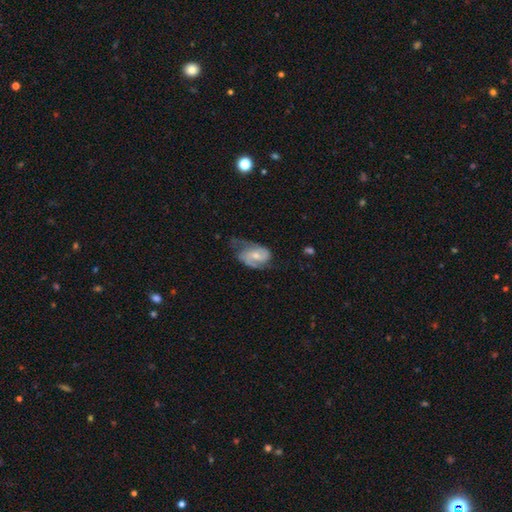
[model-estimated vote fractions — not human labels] Smooth or featured? Predicted: featured or disk (p=0.72). Edge-on disk? Predicted: no (p=0.97). Bar? Predicted: weak (p=0.44). Spiral arms? Predicted: yes (p=0.91). Spiral winding? Predicted: medium (p=0.46). Spiral arm count? Predicted: 2 (p=0.76). Bulge size? Predicted: moderate (p=0.50). Merging? Predicted: none (p=0.42).